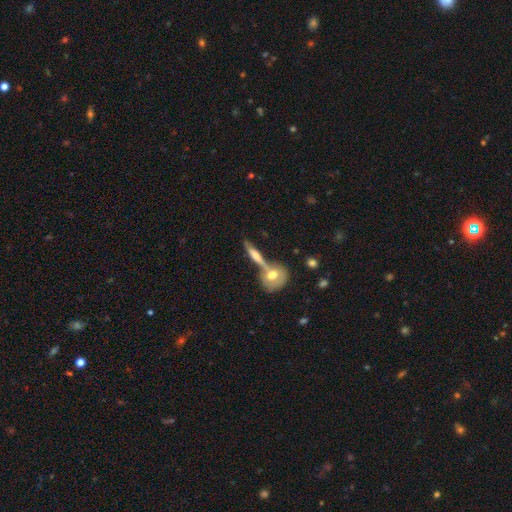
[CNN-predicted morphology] This is possibly a smooth galaxy (47%). Merging: possibly none (46%).